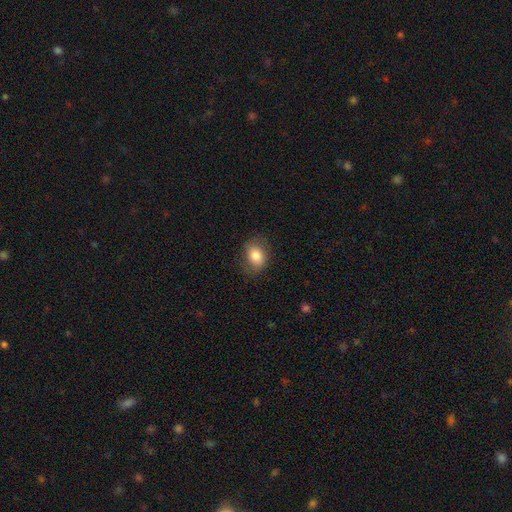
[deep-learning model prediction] A smooth galaxy with no disk features (80%) that is in between round and cigar-shaped (65%). Merging: none (74%).